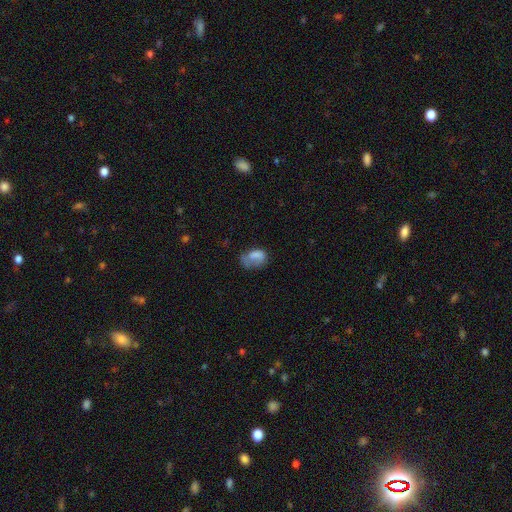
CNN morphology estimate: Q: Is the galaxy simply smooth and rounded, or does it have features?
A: smooth — 69%.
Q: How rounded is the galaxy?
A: in between — 81%.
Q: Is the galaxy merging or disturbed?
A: major disturbance — 34%.